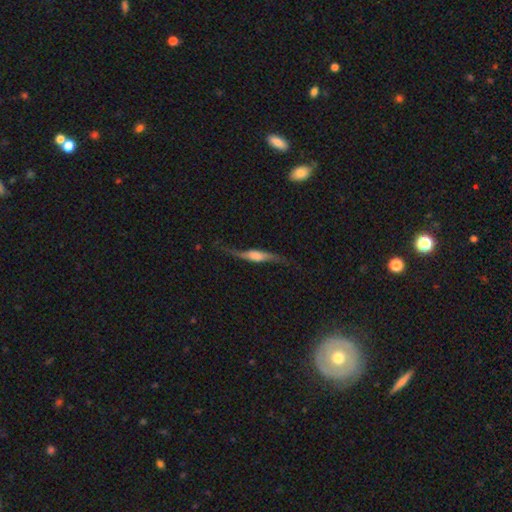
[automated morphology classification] The model was most divided on "edge-on bulge": rounded: 58%, boxy: 31%, none: 11%. More confident: edge-on disk — yes (75%); smooth or featured — featured or disk (67%); merging — none (67%).